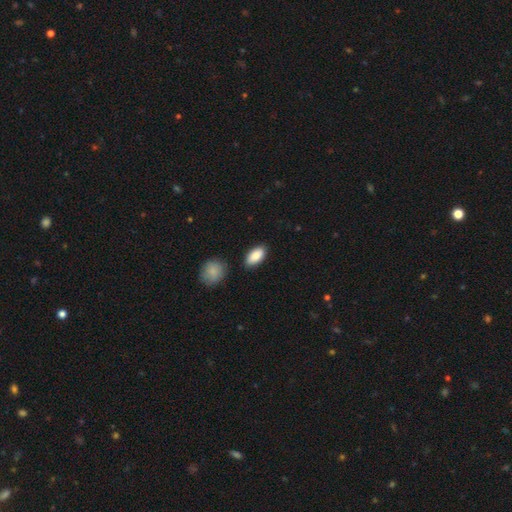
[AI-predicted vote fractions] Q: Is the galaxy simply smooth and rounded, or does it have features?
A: smooth — 88%.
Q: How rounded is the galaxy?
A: in between — 92%.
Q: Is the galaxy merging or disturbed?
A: none — 85%.